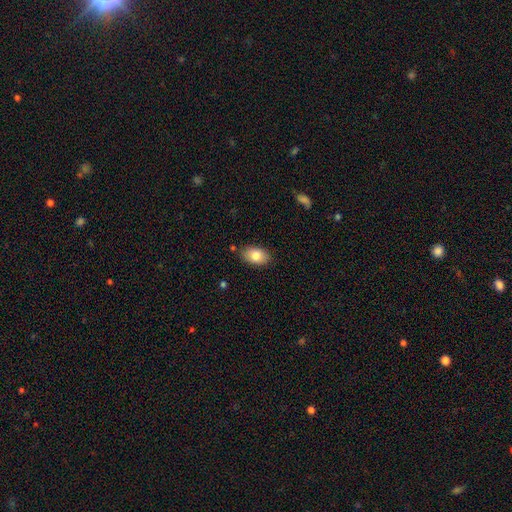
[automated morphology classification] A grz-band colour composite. It shows a smooth galaxy with no disk features (81%) that is in between round and cigar-shaped (90%). Merging: none (84%).